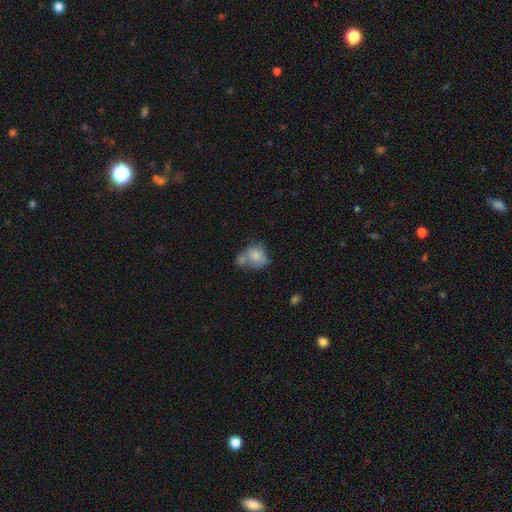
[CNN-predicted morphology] smooth 72%, featured or disk 19%, star or artifact 9%. Down the decision tree: how rounded — in between (53%); merging — merger (46%).